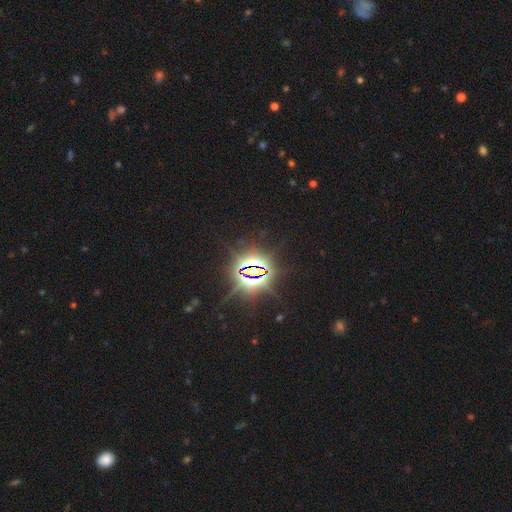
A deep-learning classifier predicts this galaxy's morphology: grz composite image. It shows a star or artifact, not a galaxy (84%).